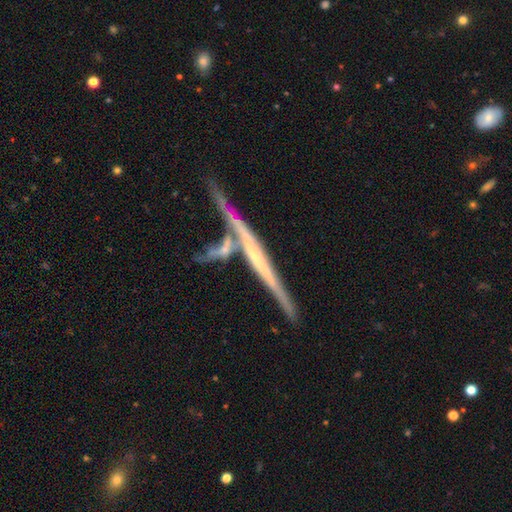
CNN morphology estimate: This is likely a featured or disk galaxy (78%). It is clearly viewed edge-on (95%). Edge-on bulge: possibly none (52%). Merging: possibly none (51%).